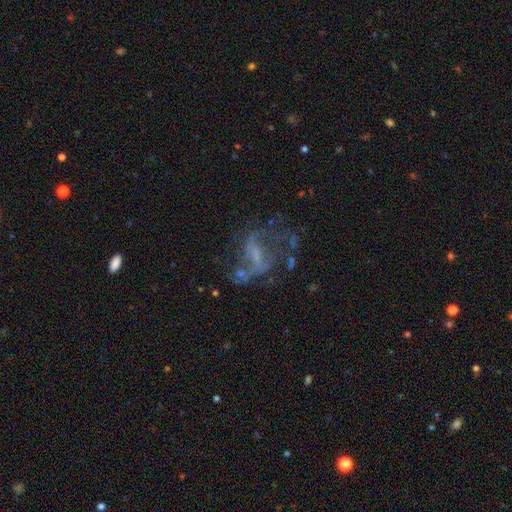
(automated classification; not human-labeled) smooth-or-featured: featured or disk: 68% | star or artifact: 18% | smooth: 14%
  disk-edge-on: no: 96% | yes: 4%
    bar: weak: 40% | no: 38% | strong: 23%
    has-spiral-arms: yes: 55% | no: 45%
    bulge-size: small: 41% | none: 40% | moderate: 16% | large: 2% | dominant: 1%
  merging: none: 38% | major disturbance: 36% | minor disturbance: 15% | merger: 11%